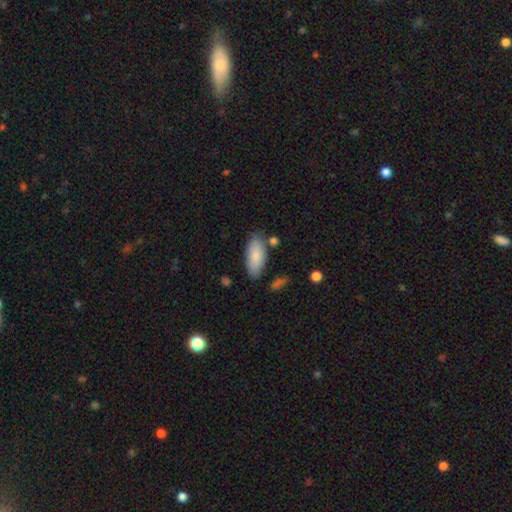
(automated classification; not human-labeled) smooth_or_featured: smooth (p=0.84) [alt: featured or disk p=0.10]
how_rounded: in between (p=0.85) [alt: cigar-shaped p=0.13]
merging: none (p=0.77) [alt: minor disturbance p=0.15]